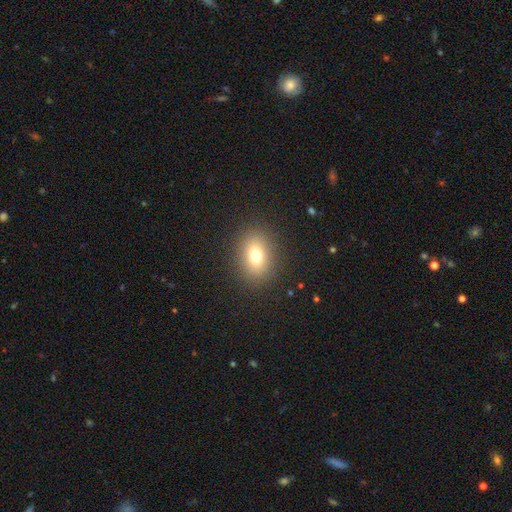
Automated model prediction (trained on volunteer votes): A smooth galaxy with no disk features (74%) that is in between round and cigar-shaped (62%).

Vote fractions:
- Smooth or featured? smooth: 74% / star or artifact: 14% / featured or disk: 12%
- How rounded? in between: 62% / round: 36% / cigar-shaped: 2%
- Merging? none: 88% / minor disturbance: 7% / major disturbance: 3% / merger: 1%